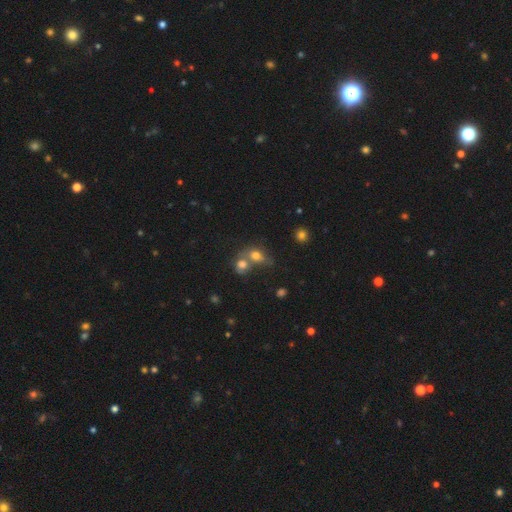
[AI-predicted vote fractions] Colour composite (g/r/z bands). It shows a smooth galaxy with no disk features (71%) that is round (49%). Merging: merger (58%).